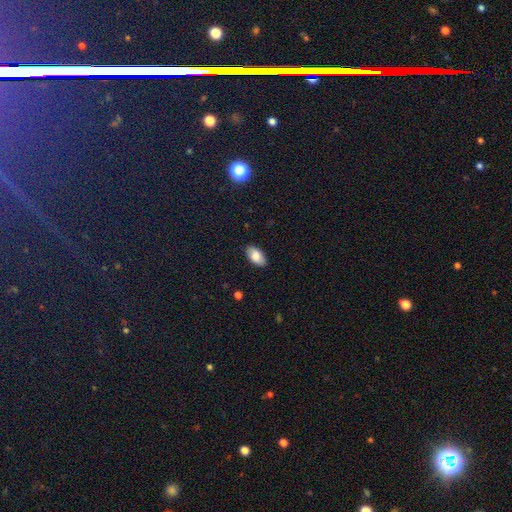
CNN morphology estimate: A smooth galaxy with no disk features (80%) that is in between round and cigar-shaped (94%).

Vote fractions:
- Smooth or featured? smooth: 80% / featured or disk: 13% / star or artifact: 7%
- How rounded? in between: 94% / round: 3% / cigar-shaped: 3%
- Merging? none: 87% / minor disturbance: 10% / major disturbance: 2% / merger: 1%